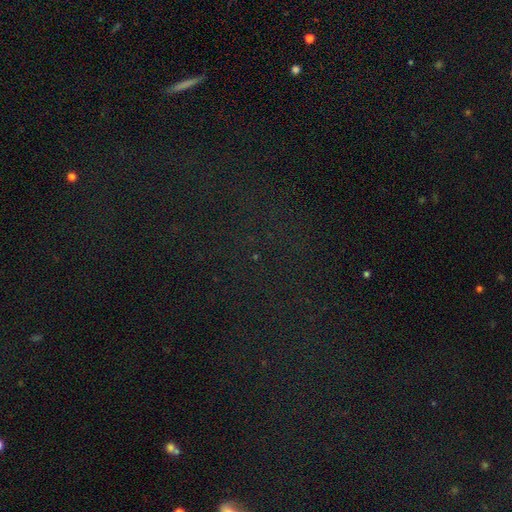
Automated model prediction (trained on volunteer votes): Smooth or featured? star or artifact (77%)